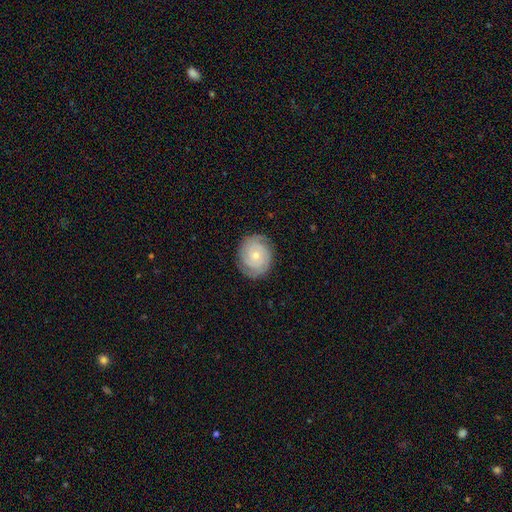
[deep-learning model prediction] Smooth or featured? Predicted: featured or disk (p=0.77). Edge-on disk? Predicted: no (p=0.98). Bar? Predicted: no (p=0.78). Spiral arms? Predicted: yes (p=0.94). Spiral winding? Predicted: tight (p=0.76). Spiral arm count? Predicted: 2 (p=0.56). Bulge size? Predicted: small (p=0.63). Merging? Predicted: none (p=0.84).